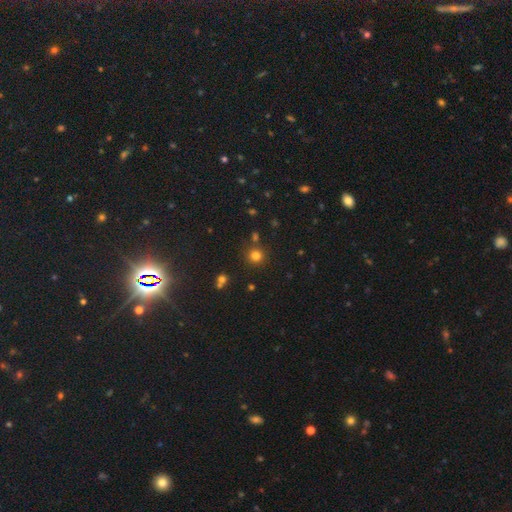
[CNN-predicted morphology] Smooth or featured? smooth (78%)
How rounded? round (93%)
Merging? none (84%)